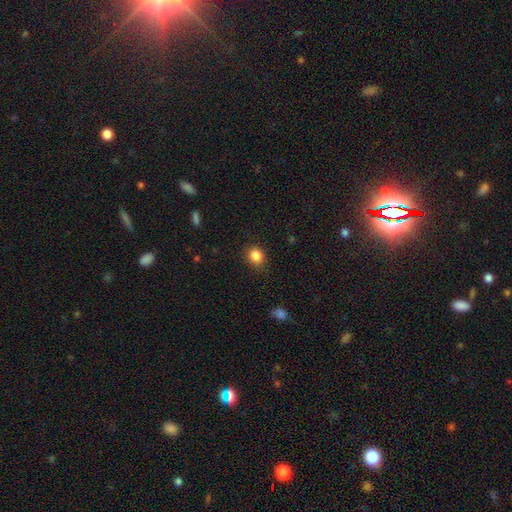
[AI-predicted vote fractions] This is clearly a smooth galaxy (86%). How rounded: likely round (69%). Merging: clearly none (85%).